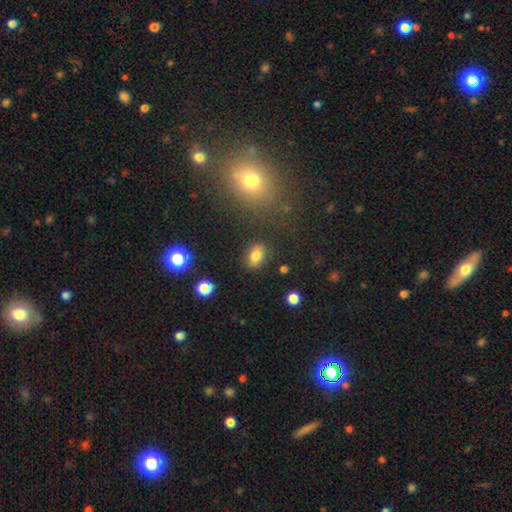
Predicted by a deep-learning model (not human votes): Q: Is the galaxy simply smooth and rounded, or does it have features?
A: smooth — 78%.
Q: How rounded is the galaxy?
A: in between — 80%.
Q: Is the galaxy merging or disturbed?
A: none — 83%.